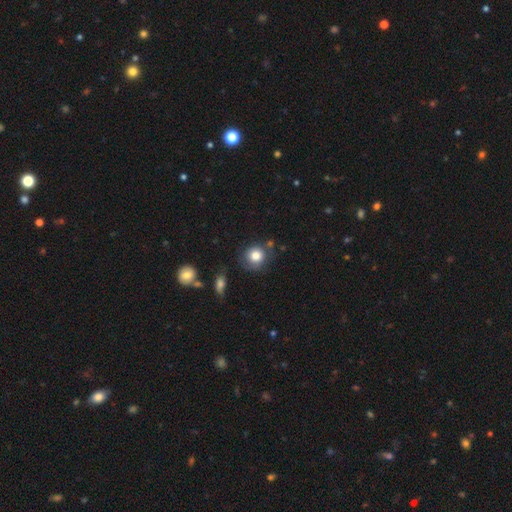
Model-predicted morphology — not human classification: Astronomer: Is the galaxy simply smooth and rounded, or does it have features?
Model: smooth — 81%.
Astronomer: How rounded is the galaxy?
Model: round — 84%.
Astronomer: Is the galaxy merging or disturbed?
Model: none — 67%.